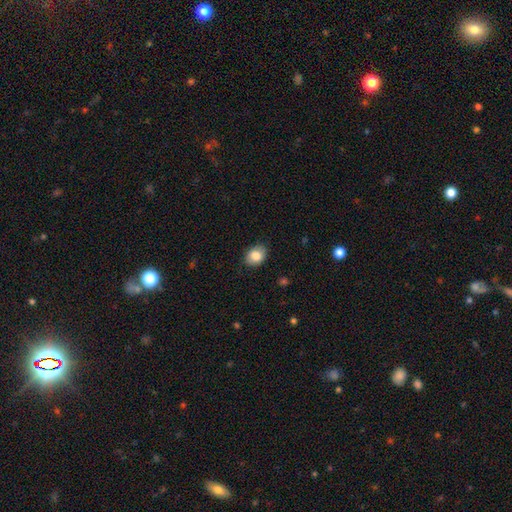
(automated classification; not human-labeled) Q: Smooth or featured?
A: smooth (83%); runner-up: featured or disk (9%)
Q: How rounded?
A: in between (63%); runner-up: round (36%)
Q: Merging?
A: none (85%); runner-up: minor disturbance (12%)